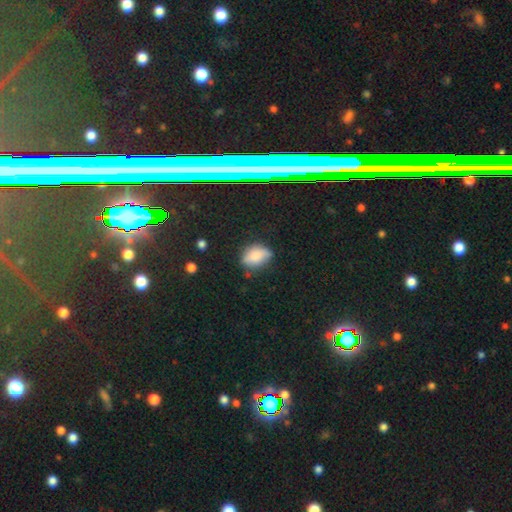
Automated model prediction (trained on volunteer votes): Smooth or featured?
  - smooth: 77% *
  - featured or disk: 12%
  - star or artifact: 11%
How rounded?
  - in between: 76% *
  - round: 22%
  - cigar-shaped: 2%
Merging?
  - none: 62% *
  - minor disturbance: 28%
  - major disturbance: 7%
  - merger: 3%